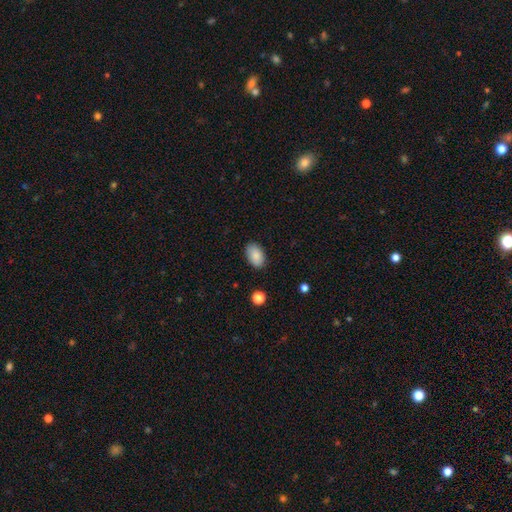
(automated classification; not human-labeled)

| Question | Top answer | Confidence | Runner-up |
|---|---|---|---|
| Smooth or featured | smooth | 88% | star or artifact (7%) |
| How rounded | in between | 92% | round (7%) |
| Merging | none | 86% | minor disturbance (10%) |